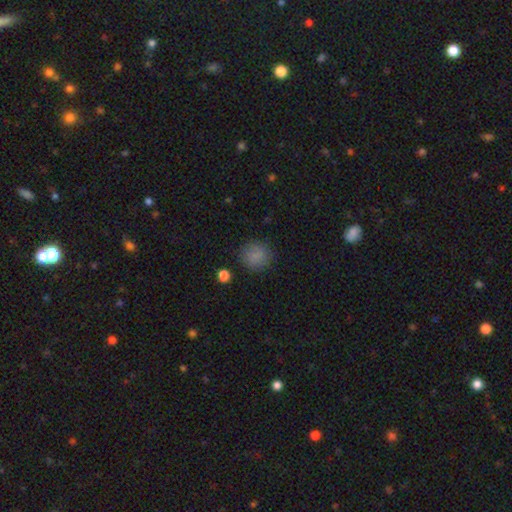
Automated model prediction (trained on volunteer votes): Smooth or featured?
  - smooth: 85% *
  - star or artifact: 11%
  - featured or disk: 4%
How rounded?
  - round: 88% *
  - in between: 11%
  - cigar-shaped: 1%
Merging?
  - none: 86% *
  - minor disturbance: 9%
  - major disturbance: 3%
  - merger: 1%